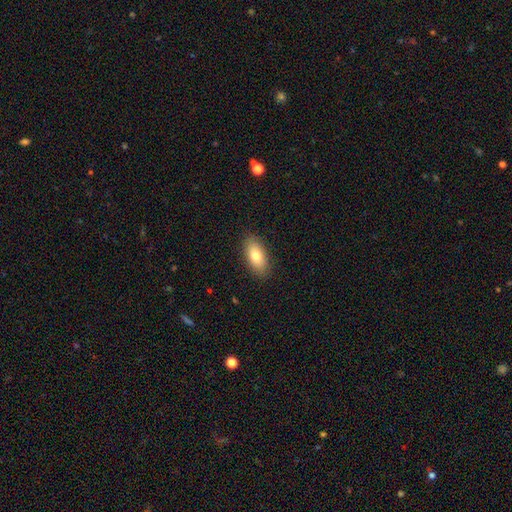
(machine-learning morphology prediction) This appears to be a smooth galaxy with no disk features (78%) that is in between round and cigar-shaped (89%). Merging: none (88%).